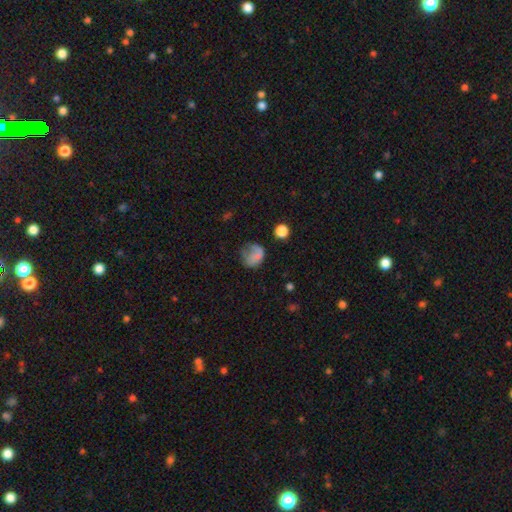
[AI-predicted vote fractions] A smooth galaxy with no disk features (69%) that is round (57%).

Vote fractions:
- Smooth or featured? smooth: 69% / featured or disk: 18% / star or artifact: 12%
- How rounded? round: 57% / in between: 42% / cigar-shaped: 1%
- Merging? none: 36% / major disturbance: 32% / minor disturbance: 29% / merger: 4%